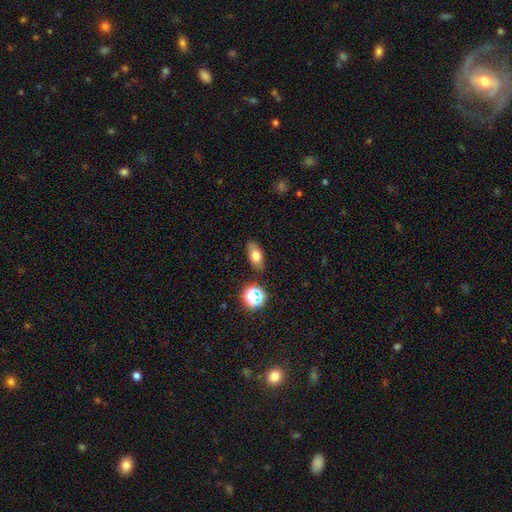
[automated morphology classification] The model was most divided on "smooth or featured": smooth: 72%, featured or disk: 17%, star or artifact: 12%. More confident: how rounded — in between (84%); merging — none (83%).